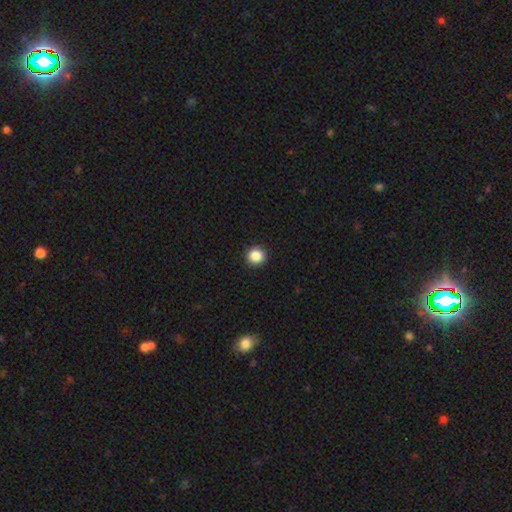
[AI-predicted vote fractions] Q: Smooth or featured?
A: smooth (87%); runner-up: star or artifact (10%)
Q: How rounded?
A: round (94%); runner-up: in between (5%)
Q: Merging?
A: none (93%); runner-up: minor disturbance (4%)